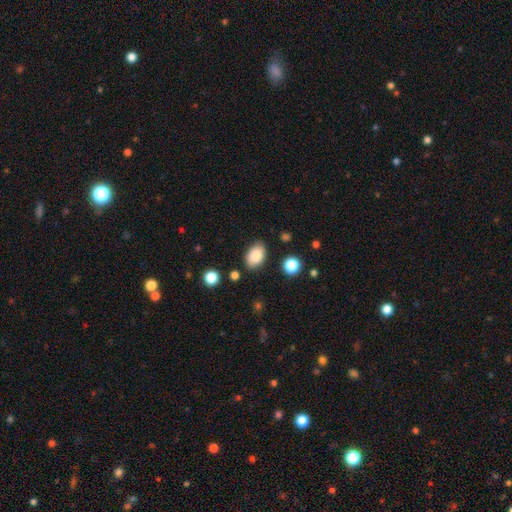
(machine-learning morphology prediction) The model was most divided on "merging": none: 82%, minor disturbance: 12%, major disturbance: 3%, merger: 3%. More confident: how rounded — in between (89%); smooth or featured — smooth (86%).